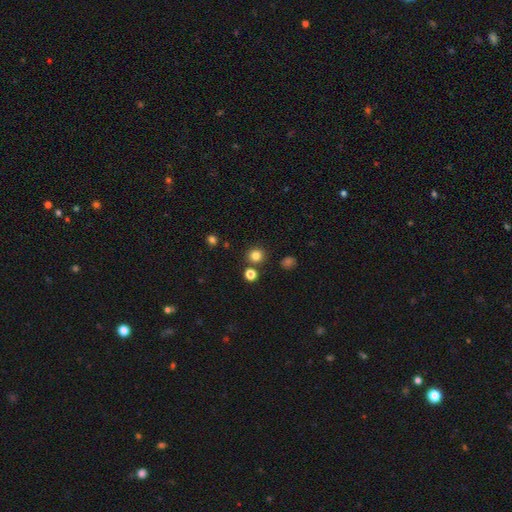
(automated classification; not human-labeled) Smooth or featured? smooth (81%)
How rounded? round (92%)
Merging? none (82%)